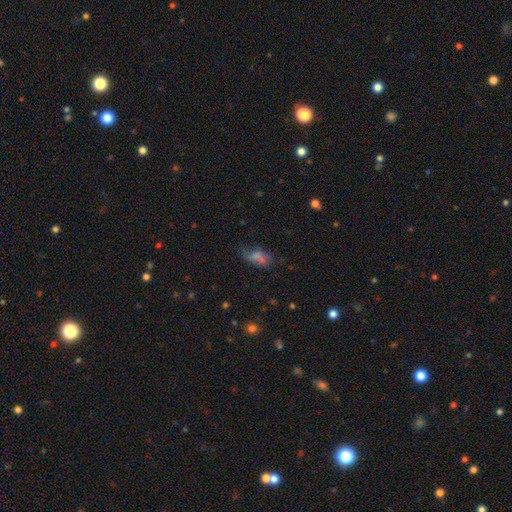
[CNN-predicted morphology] The model was most divided on "merging": none: 48%, minor disturbance: 24%, major disturbance: 16%, merger: 12%. More confident: how rounded — in between (76%); smooth or featured — smooth (57%).